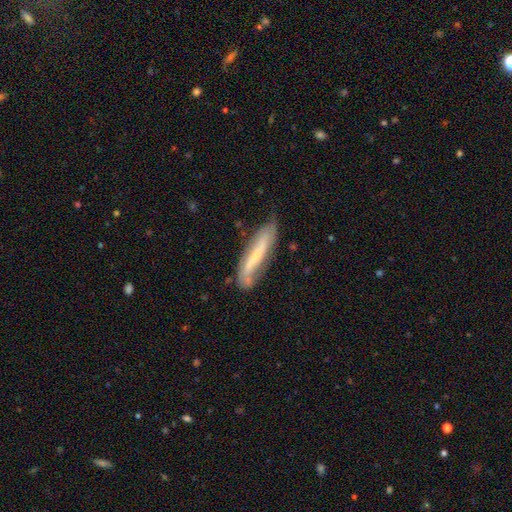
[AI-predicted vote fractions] A featured or disk galaxy (65%).

Vote fractions:
- Smooth or featured? featured or disk: 65% / smooth: 28% / star or artifact: 7%
- Edge-on disk? no: 56% / yes: 44%
- Merging? none: 67% / minor disturbance: 23% / major disturbance: 6% / merger: 3%